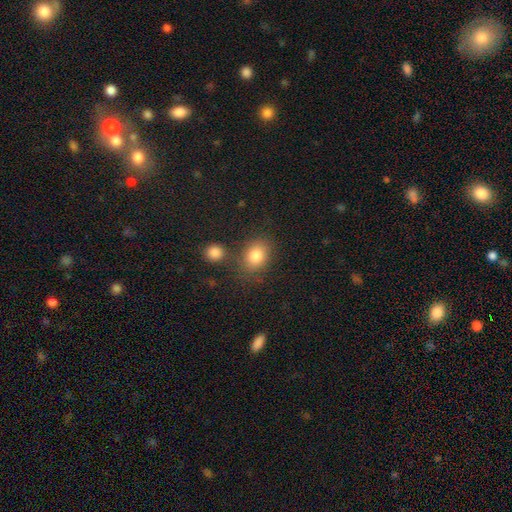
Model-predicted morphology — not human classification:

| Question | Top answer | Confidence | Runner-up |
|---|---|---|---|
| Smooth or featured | smooth | 83% | star or artifact (10%) |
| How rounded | in between | 54% | round (45%) |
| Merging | none | 69% | minor disturbance (13%) |